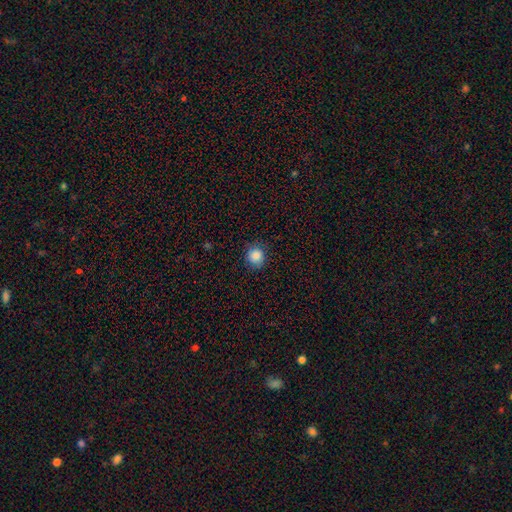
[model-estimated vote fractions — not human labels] Smooth or featured? smooth (86%)
How rounded? round (89%)
Merging? none (84%)